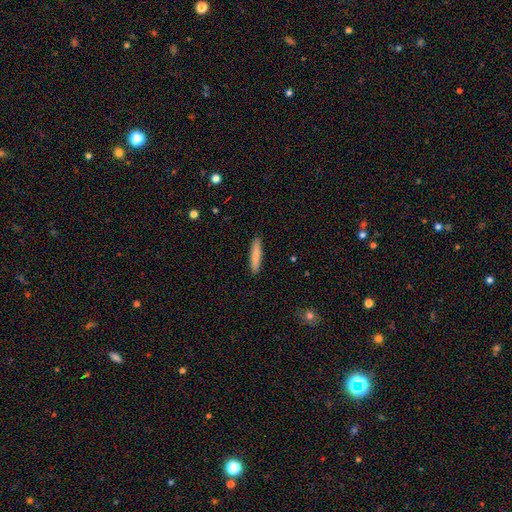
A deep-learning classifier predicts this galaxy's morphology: Smooth or featured? Predicted: smooth (p=0.83). How rounded? Predicted: cigar-shaped (p=0.90). Merging? Predicted: none (p=0.91).